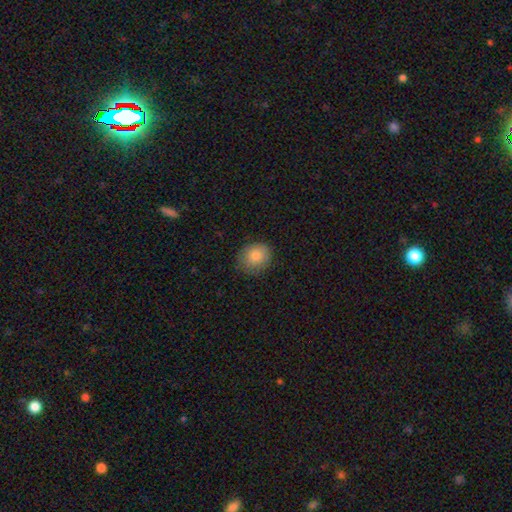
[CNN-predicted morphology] The model was most divided on "how rounded": round: 70%, in between: 29%, cigar-shaped: 1%. More confident: smooth or featured — smooth (82%); merging — none (81%).